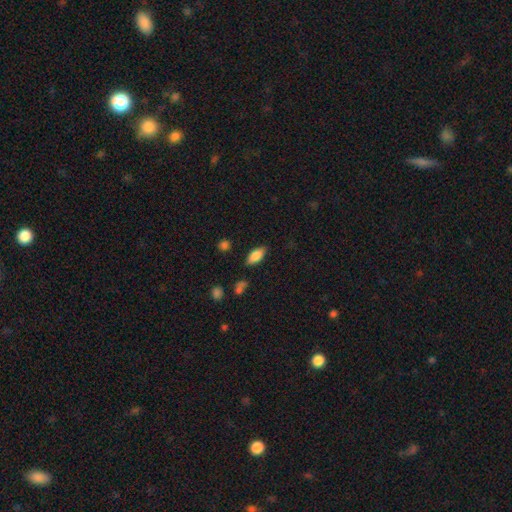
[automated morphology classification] smooth 83%, featured or disk 10%, star or artifact 8%. Down the decision tree: how rounded — in between (86%); merging — none (83%).